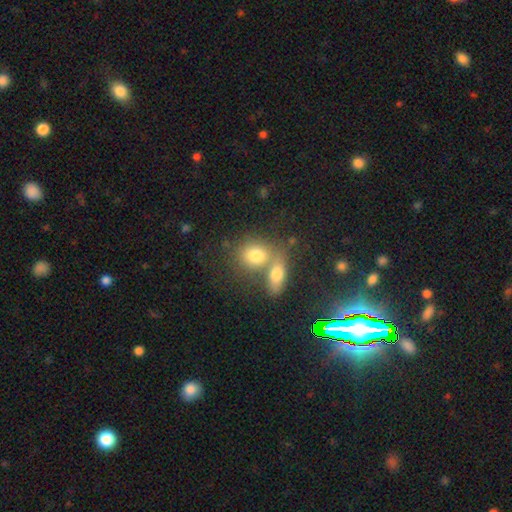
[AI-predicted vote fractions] smooth 76%, featured or disk 14%, star or artifact 10%. Down the decision tree: how rounded — in between (50%); merging — merger (50%).